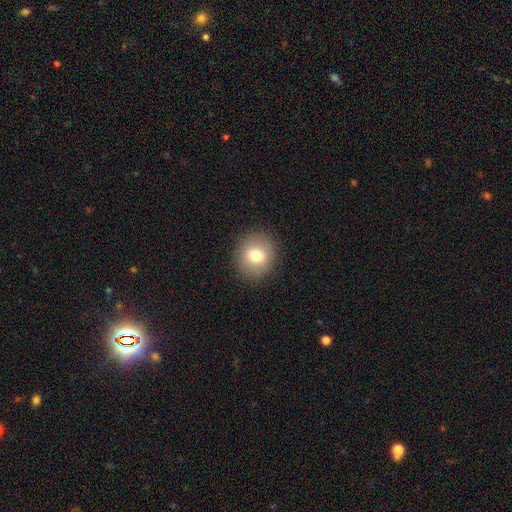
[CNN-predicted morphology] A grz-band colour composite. It shows a smooth galaxy with no disk features (76%) that is round (84%). Merging: none (89%).